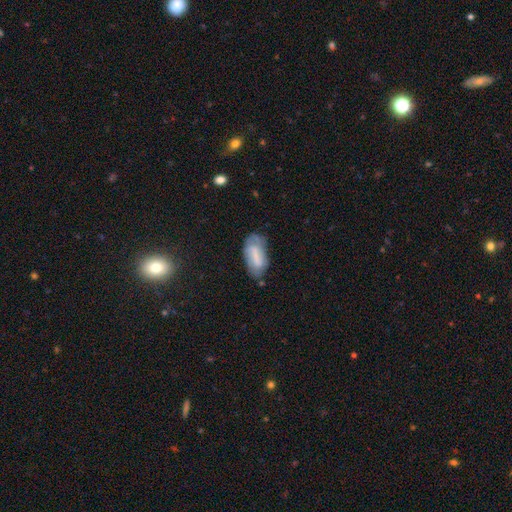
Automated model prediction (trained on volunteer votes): A smooth galaxy with no disk features (59%) that is in between round and cigar-shaped (87%). Merging: none (51%).